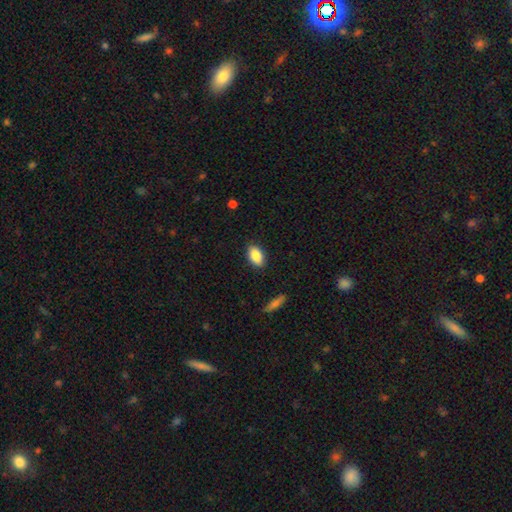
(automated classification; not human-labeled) smooth 87%, star or artifact 7%, featured or disk 6%. Down the decision tree: how rounded — in between (91%); merging — none (88%).